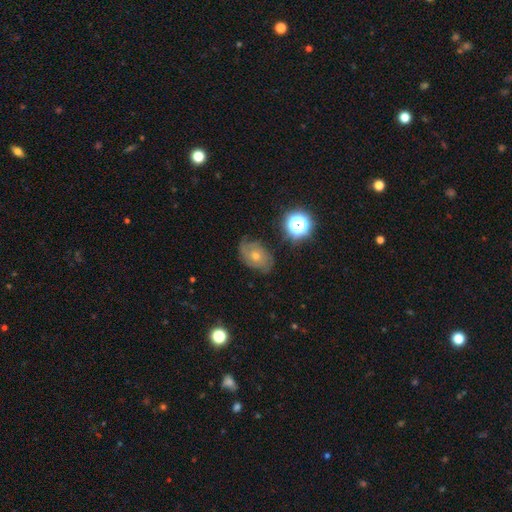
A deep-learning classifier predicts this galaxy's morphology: This is possibly a featured or disk galaxy (52%). It is clearly not viewed edge-on (94%). Merging: likely none (73%).